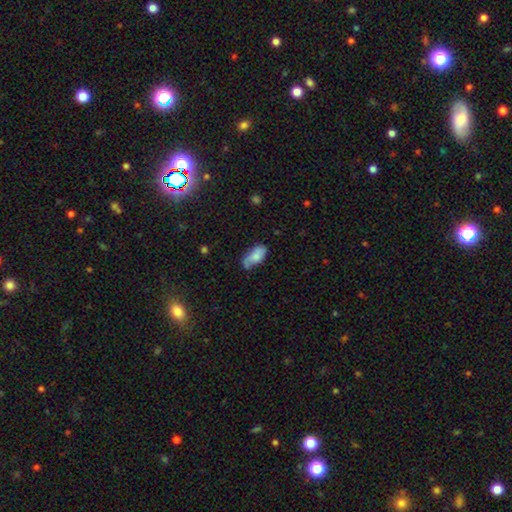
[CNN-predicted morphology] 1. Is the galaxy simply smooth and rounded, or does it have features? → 70% smooth, 22% featured or disk, 7% star or artifact.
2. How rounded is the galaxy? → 89% in between, 8% cigar-shaped, 3% round.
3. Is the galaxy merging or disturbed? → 53% none, 33% minor disturbance, 10% major disturbance, 4% merger.